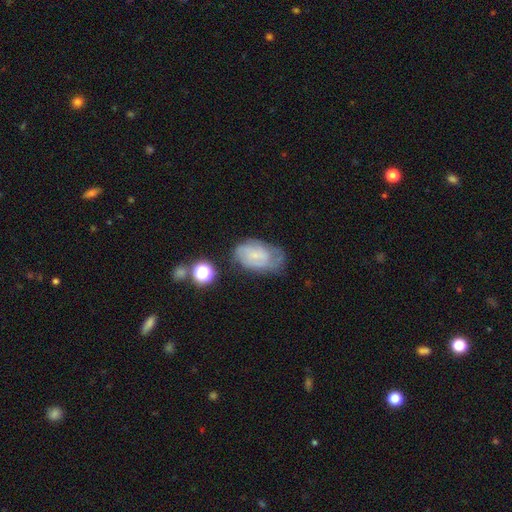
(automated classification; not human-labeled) Smooth or featured?
  - featured or disk: 55% *
  - smooth: 35%
  - star or artifact: 10%
Edge-on disk?
  - no: 96% *
  - yes: 4%
Bar?
  - no: 58% *
  - weak: 36%
  - strong: 7%
Spiral arms?
  - yes: 80% *
  - no: 20%
Bulge size?
  - small: 58% *
  - none: 24%
  - moderate: 15%
  - large: 2%
  - dominant: 1%
Merging?
  - none: 50% *
  - minor disturbance: 30%
  - major disturbance: 16%
  - merger: 4%